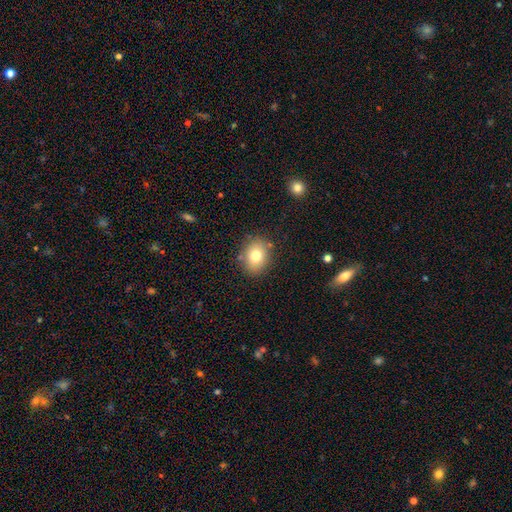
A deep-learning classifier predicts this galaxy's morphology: Smooth or featured? smooth (77%)
How rounded? in between (54%)
Merging? none (82%)